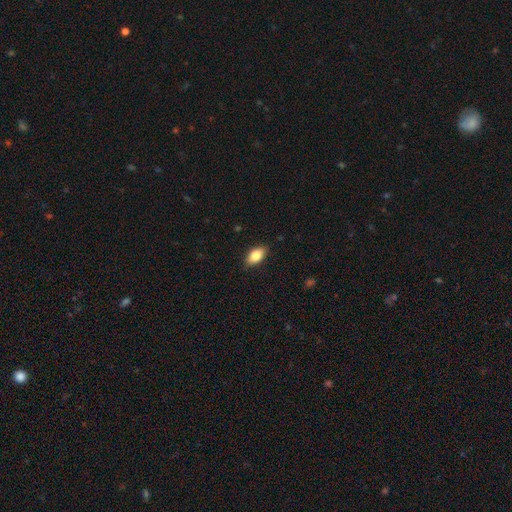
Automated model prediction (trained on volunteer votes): smooth 83%, featured or disk 10%, star or artifact 7%. Down the decision tree: how rounded — in between (90%); merging — none (85%).